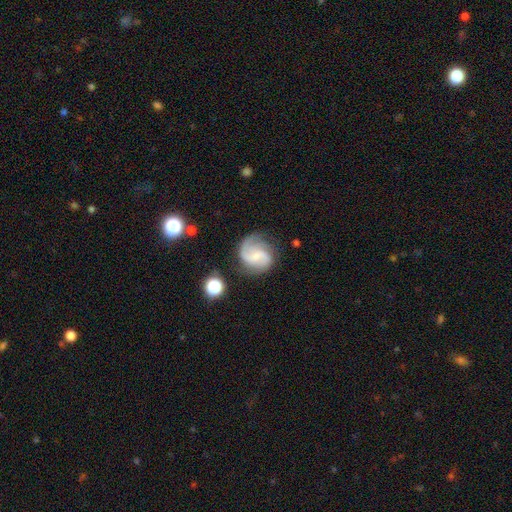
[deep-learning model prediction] Q: Smooth or featured?
A: featured or disk (76%); runner-up: smooth (17%)
Q: Edge-on disk?
A: no (98%); runner-up: yes (2%)
Q: Bar?
A: weak (46%); runner-up: no (44%)
Q: Spiral arms?
A: yes (95%); runner-up: no (5%)
Q: Spiral winding?
A: medium (48%); runner-up: loose (33%)
Q: Spiral arm count?
A: 2 (69%); runner-up: 1 (10%)
Q: Bulge size?
A: small (56%); runner-up: moderate (20%)
Q: Merging?
A: none (64%); runner-up: minor disturbance (21%)